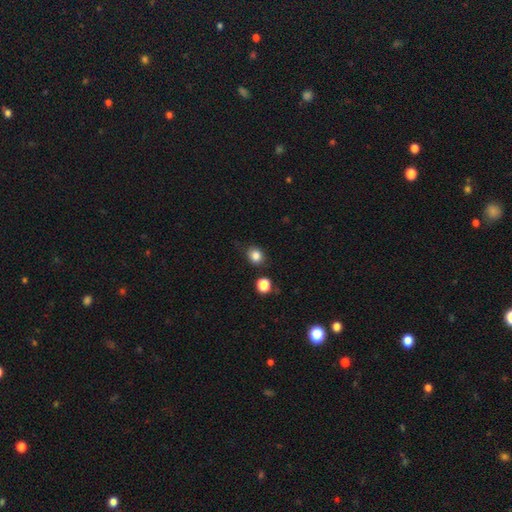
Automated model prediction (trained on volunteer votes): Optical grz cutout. It shows a smooth galaxy with no disk features (84%) that is round (68%). Merging: none (78%).